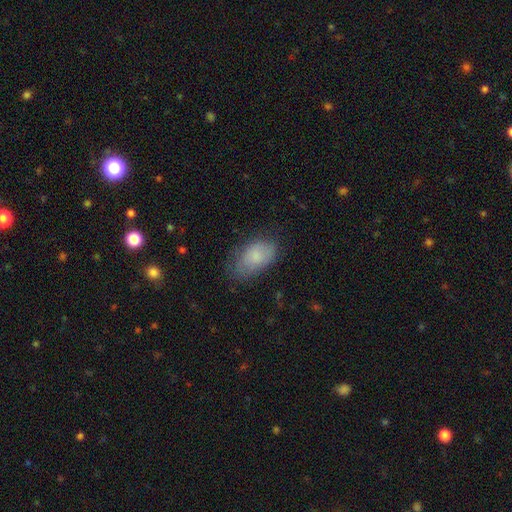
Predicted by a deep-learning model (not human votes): smooth_or_featured: smooth (p=0.77) [alt: featured or disk p=0.15]
how_rounded: in between (p=0.92) [alt: round p=0.07]
merging: none (p=0.62) [alt: minor disturbance p=0.27]